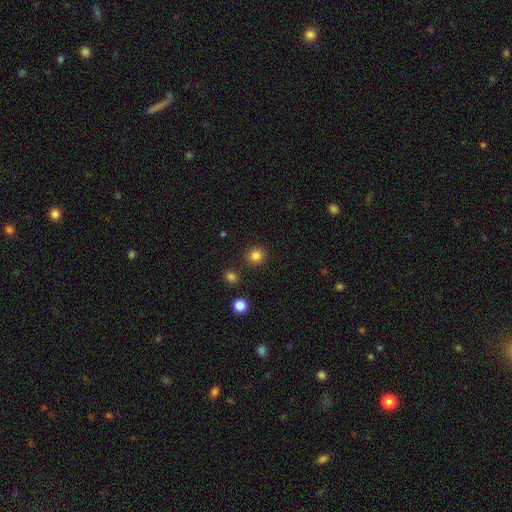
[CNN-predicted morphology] Q: Smooth or featured?
A: smooth (83%); runner-up: star or artifact (12%)
Q: How rounded?
A: round (92%); runner-up: in between (7%)
Q: Merging?
A: none (90%); runner-up: minor disturbance (5%)